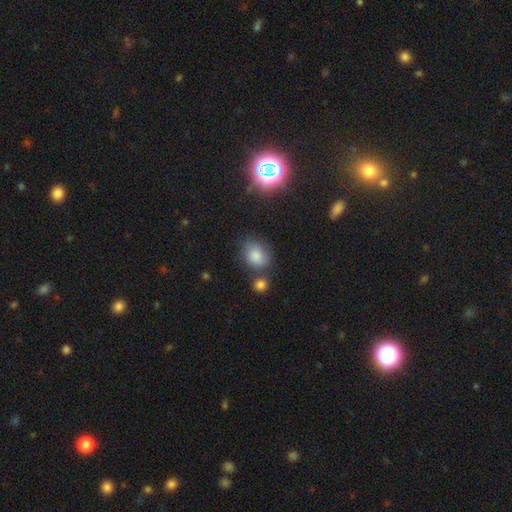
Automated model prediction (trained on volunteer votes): This is likely a smooth galaxy (69%). How rounded: possibly in between (50%). Merging: likely none (63%).